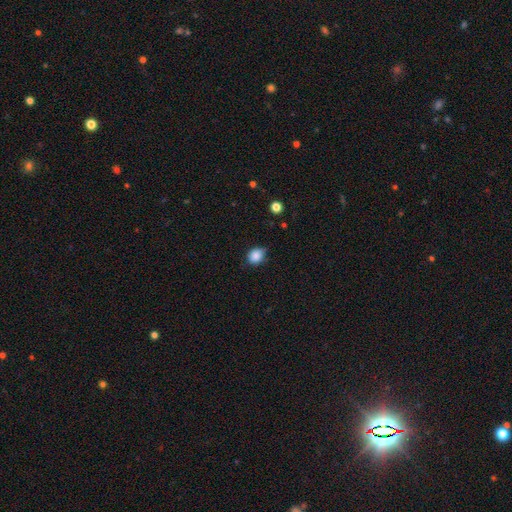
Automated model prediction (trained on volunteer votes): smooth-or-featured: smooth: 86% | star or artifact: 10% | featured or disk: 5%
  how-rounded: round: 59% | in between: 40% | cigar-shaped: 1%
  merging: none: 61% | minor disturbance: 32% | major disturbance: 5% | merger: 2%